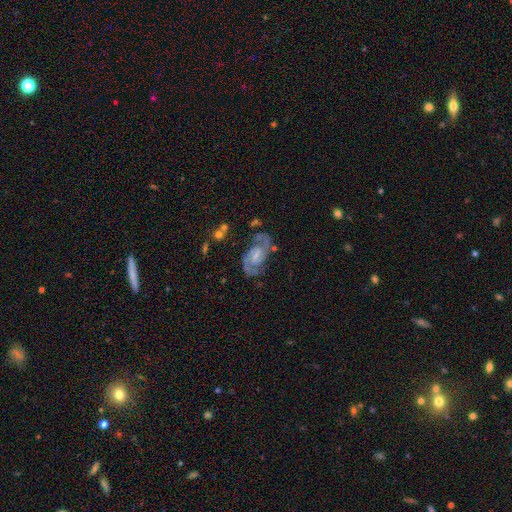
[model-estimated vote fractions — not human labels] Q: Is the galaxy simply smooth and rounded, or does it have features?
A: featured or disk — 89%.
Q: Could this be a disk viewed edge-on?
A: no — 97%.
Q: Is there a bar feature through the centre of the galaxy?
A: weak — 53%.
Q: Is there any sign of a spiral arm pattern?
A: yes — 98%.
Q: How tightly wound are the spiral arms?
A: medium — 54%.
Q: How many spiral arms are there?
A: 2 — 91%.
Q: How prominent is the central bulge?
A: small — 52%.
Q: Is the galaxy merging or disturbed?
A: none — 75%.